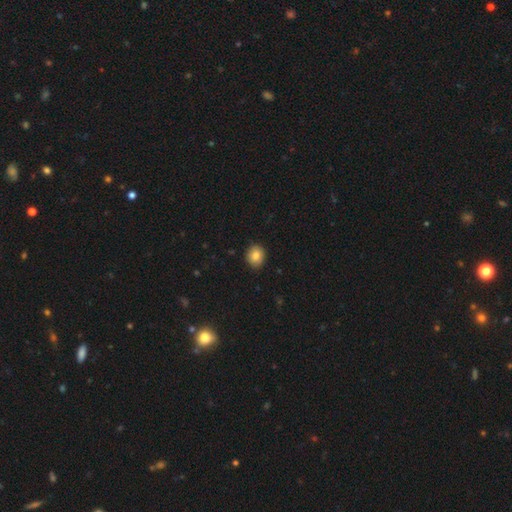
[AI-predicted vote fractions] smooth 83%, star or artifact 9%, featured or disk 8%. Down the decision tree: how rounded — round (71%); merging — none (89%).